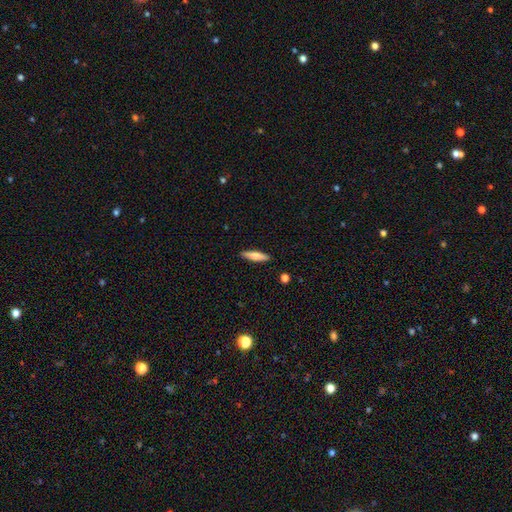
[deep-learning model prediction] This is likely a smooth galaxy (71%). How rounded: likely cigar-shaped (75%). Merging: clearly none (89%).